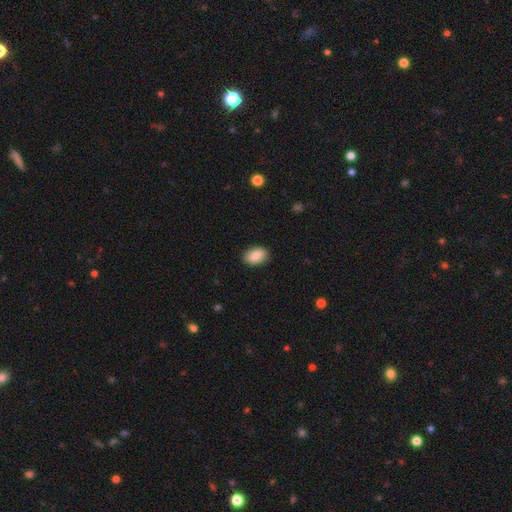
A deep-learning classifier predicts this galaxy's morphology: Smooth or featured: smooth — 82% (featured or disk — 10%)
How rounded: in between — 84% (round — 15%)
Merging: none — 89% (minor disturbance — 8%)